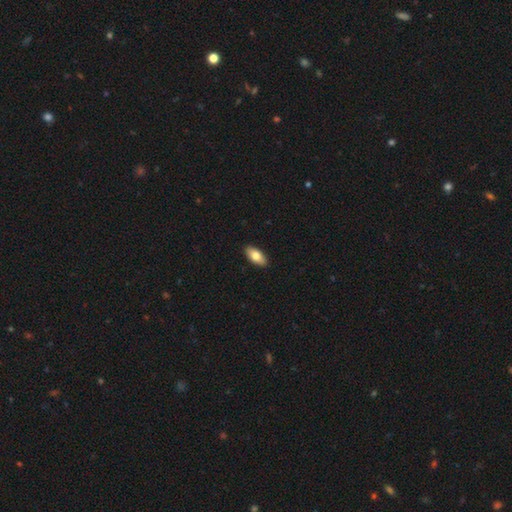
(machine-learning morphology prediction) Smooth or featured: smooth — 79% (featured or disk — 15%)
How rounded: in between — 89% (cigar-shaped — 8%)
Merging: none — 91% (minor disturbance — 7%)